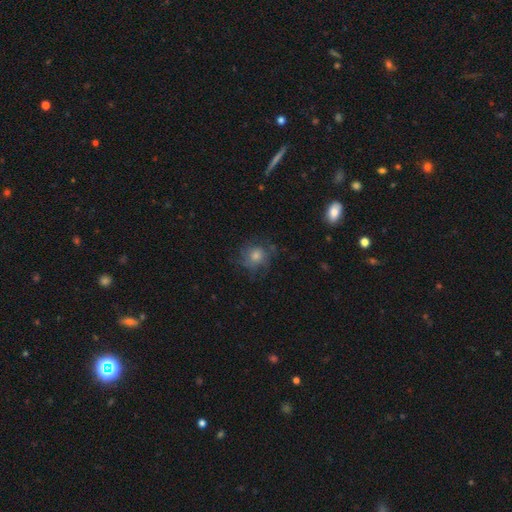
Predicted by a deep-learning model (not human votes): The model was most divided on "smooth or featured" (2-way tie): smooth: 42%, featured or disk: 42%, star or artifact: 16%. More confident: merging — none (68%).